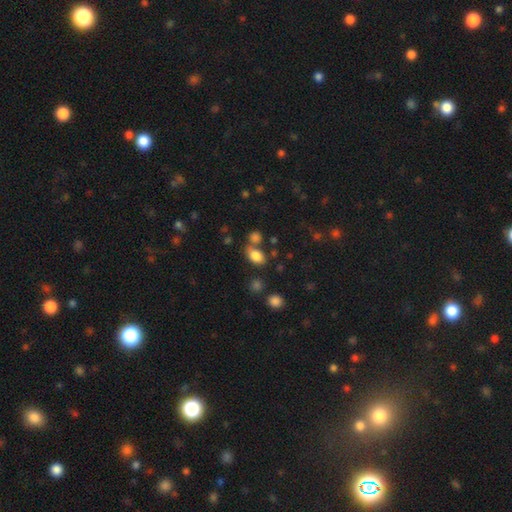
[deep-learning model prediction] Morphology: type=smooth (82%); roundness=in between (81%); merging=none (56%).